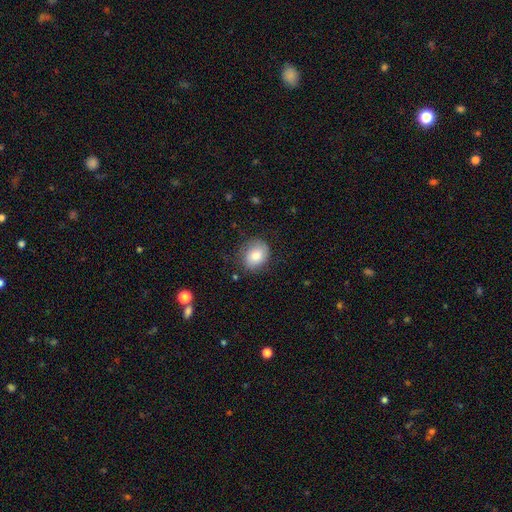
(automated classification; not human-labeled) smooth 79%, featured or disk 13%, star or artifact 8%. Down the decision tree: how rounded — round (50%); merging — none (73%).